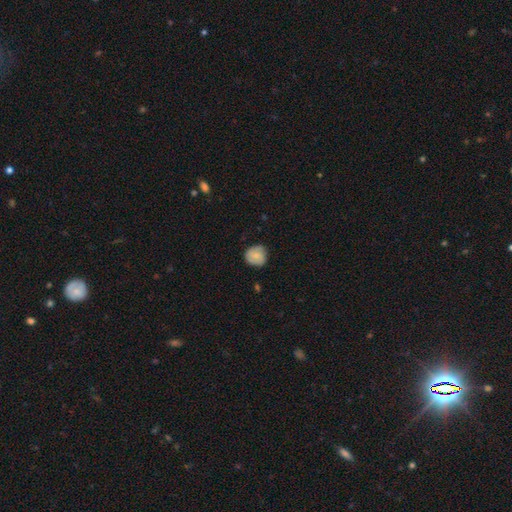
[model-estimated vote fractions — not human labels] Q: Smooth or featured?
A: smooth (75%); runner-up: featured or disk (18%)
Q: How rounded?
A: round (86%); runner-up: in between (13%)
Q: Merging?
A: none (73%); runner-up: minor disturbance (22%)